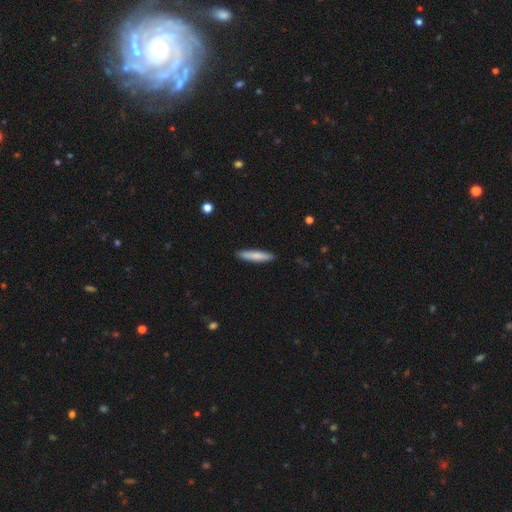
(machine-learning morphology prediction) The model was most divided on "smooth or featured": smooth: 80%, featured or disk: 15%, star or artifact: 5%. More confident: merging — none (90%); how rounded — cigar-shaped (89%).